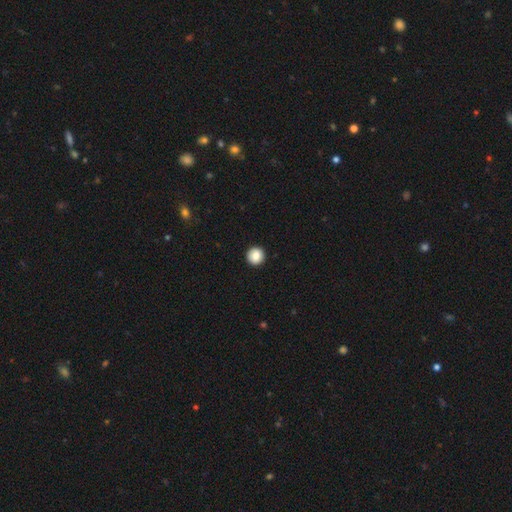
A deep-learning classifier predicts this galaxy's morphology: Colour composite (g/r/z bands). It shows a smooth galaxy with no disk features (86%) that is round (95%). Merging: none (93%).